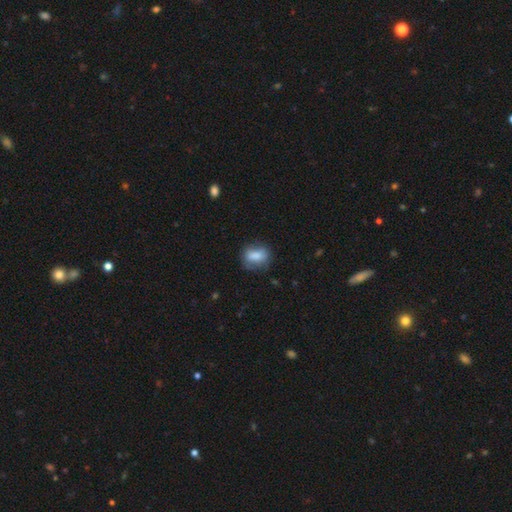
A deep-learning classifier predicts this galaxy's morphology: Smooth or featured? smooth (78%)
How rounded? in between (64%)
Merging? none (65%)